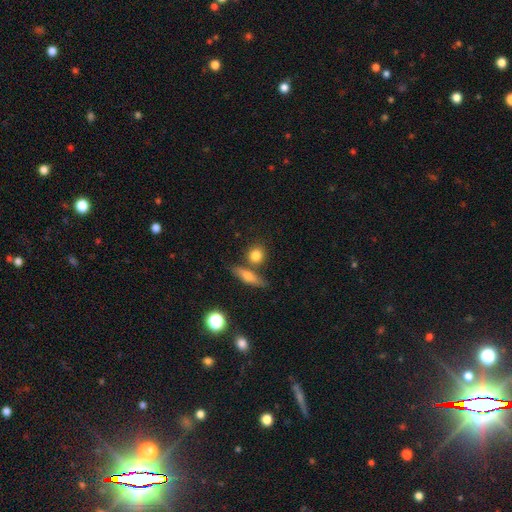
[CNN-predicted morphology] Smooth or featured?
  - smooth: 79% *
  - featured or disk: 12%
  - star or artifact: 9%
How rounded?
  - round: 71% *
  - in between: 21%
  - cigar-shaped: 8%
Merging?
  - none: 67% *
  - merger: 19%
  - minor disturbance: 10%
  - major disturbance: 3%